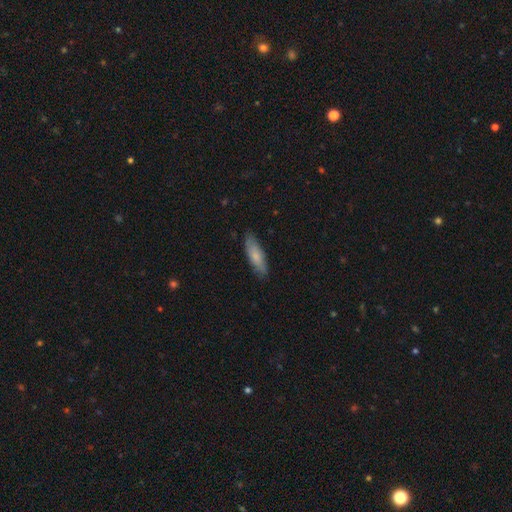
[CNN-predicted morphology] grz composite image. It shows a smooth galaxy with no disk features (75%) that is cigar-shaped (54%). Merging: none (83%).